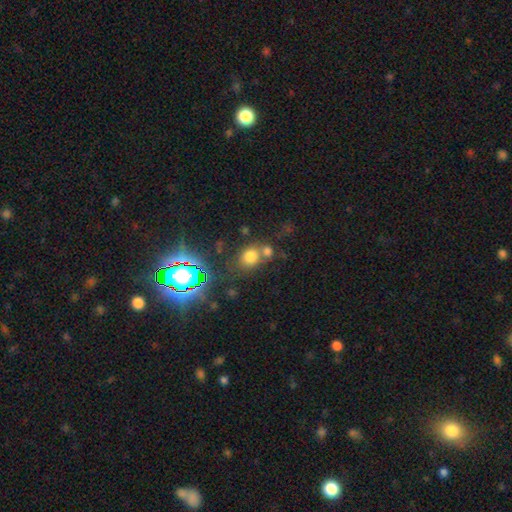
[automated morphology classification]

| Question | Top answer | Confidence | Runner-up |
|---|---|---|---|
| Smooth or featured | smooth | 46% | star or artifact (44%) |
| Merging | none | 66% | merger (21%) |